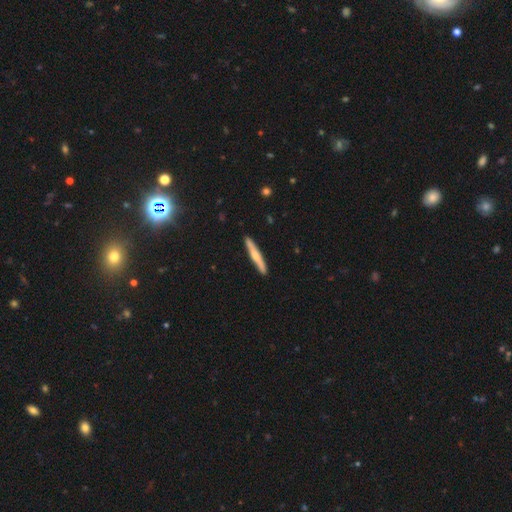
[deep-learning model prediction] smooth 53%, featured or disk 41%, star or artifact 5%. Down the decision tree: how rounded — cigar-shaped (95%); merging — none (90%).